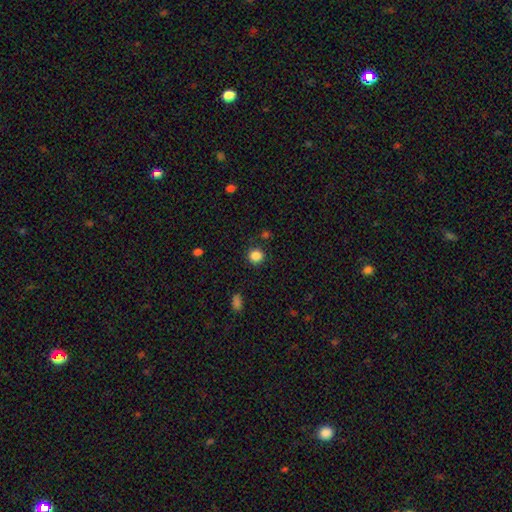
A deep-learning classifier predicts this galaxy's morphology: Smooth or featured: smooth — 86% (star or artifact — 11%)
How rounded: round — 88% (in between — 11%)
Merging: none — 88% (minor disturbance — 7%)